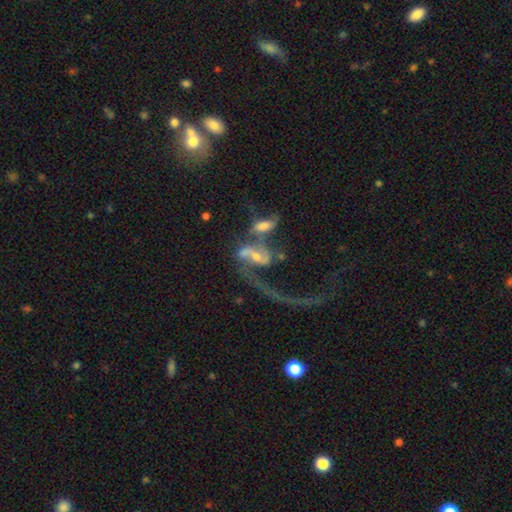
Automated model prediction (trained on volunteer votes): Morphology: type=featured or disk (73%); edge-on=no (94%); bar=no (43%); spiral arms=yes (79%); winding=loose (75%); arm count=1 (57%); bulge=small (42%); merging=merger (55%).